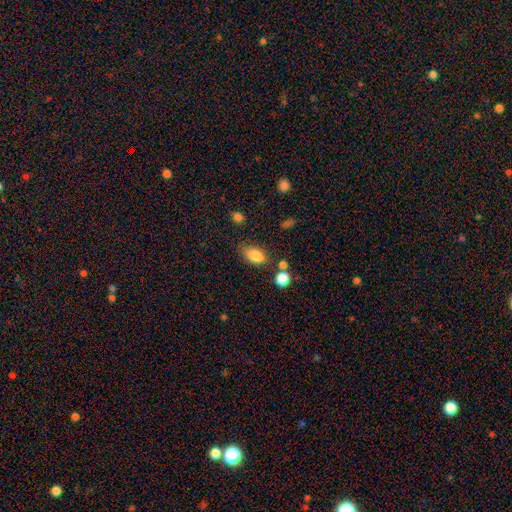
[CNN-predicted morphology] Smooth or featured?
  - smooth: 83% *
  - star or artifact: 9%
  - featured or disk: 8%
How rounded?
  - in between: 86% *
  - round: 12%
  - cigar-shaped: 3%
Merging?
  - none: 72% *
  - minor disturbance: 17%
  - merger: 7%
  - major disturbance: 5%